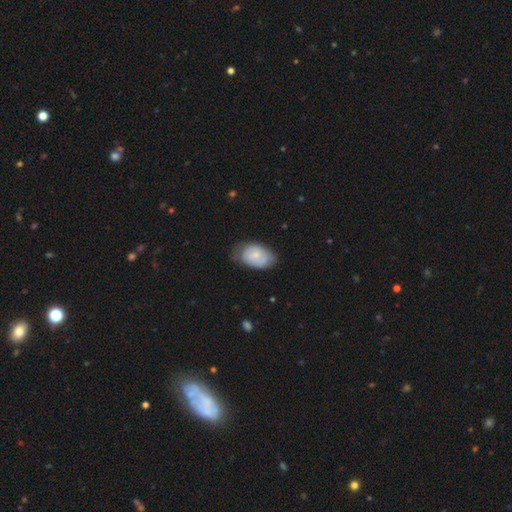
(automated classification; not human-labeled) smooth-or-featured: smooth: 65% | featured or disk: 29% | star or artifact: 6%
  how-rounded: in between: 88% | round: 11% | cigar-shaped: 1%
  merging: none: 57% | minor disturbance: 33% | major disturbance: 9% | merger: 2%